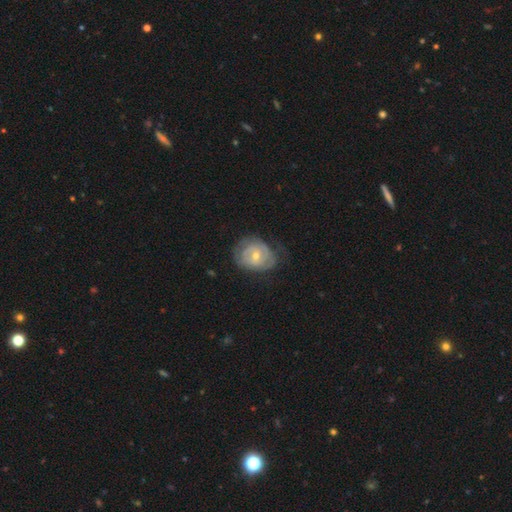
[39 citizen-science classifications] This appears to be a featured or disk galaxy (69%) with no bar (67%), no spiral arms (56%) and a moderate central bulge (59%). Merging: none (51%).